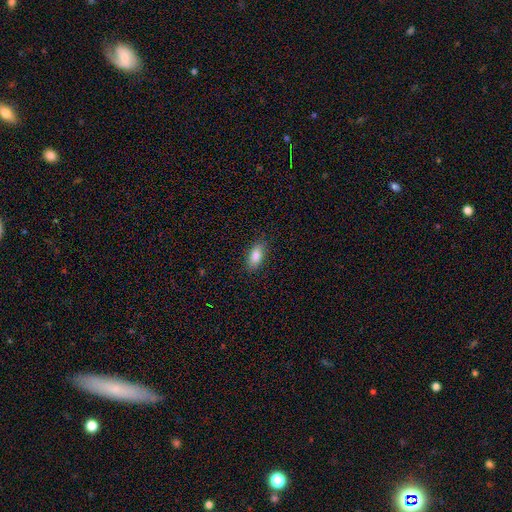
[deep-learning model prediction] smooth_or_featured: smooth (p=0.85) [alt: featured or disk p=0.08]
how_rounded: in between (p=0.88) [alt: cigar-shaped p=0.09]
merging: none (p=0.85) [alt: minor disturbance p=0.11]